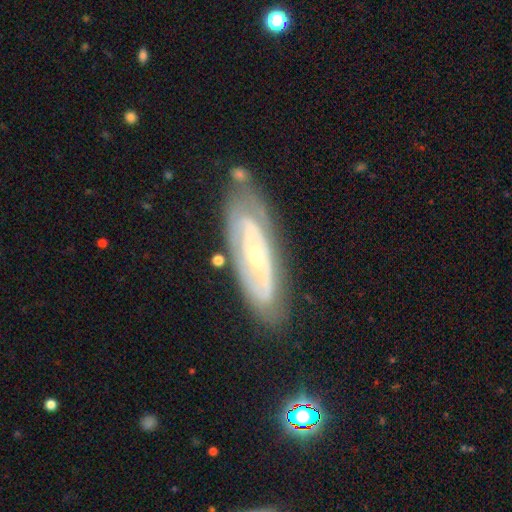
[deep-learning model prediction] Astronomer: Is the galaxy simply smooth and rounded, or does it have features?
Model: featured or disk — 79%.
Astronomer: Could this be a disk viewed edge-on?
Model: no — 85%.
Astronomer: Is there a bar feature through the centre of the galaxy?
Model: no — 70%.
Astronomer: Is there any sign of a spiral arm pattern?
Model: yes — 72%.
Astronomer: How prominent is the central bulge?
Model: small — 69%.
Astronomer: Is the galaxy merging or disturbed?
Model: none — 74%.